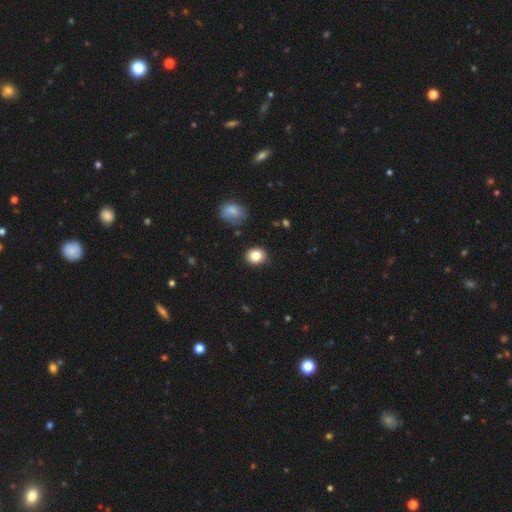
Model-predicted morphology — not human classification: The model was most divided on "how rounded": round: 67%, in between: 32%, cigar-shaped: 1%. More confident: merging — none (89%); smooth or featured — smooth (83%).